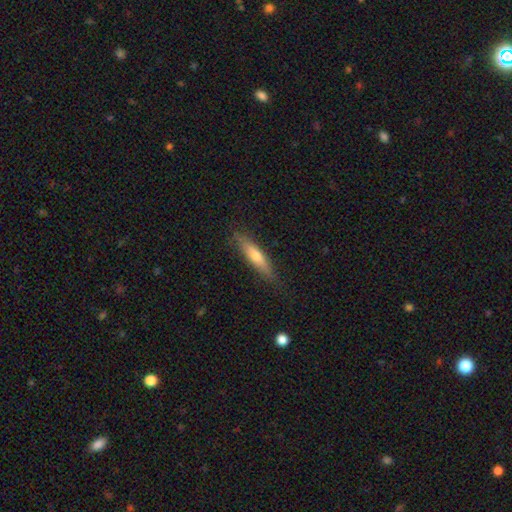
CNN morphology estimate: This is possibly a smooth galaxy (57%). How rounded: clearly cigar-shaped (83%). Merging: clearly none (83%).